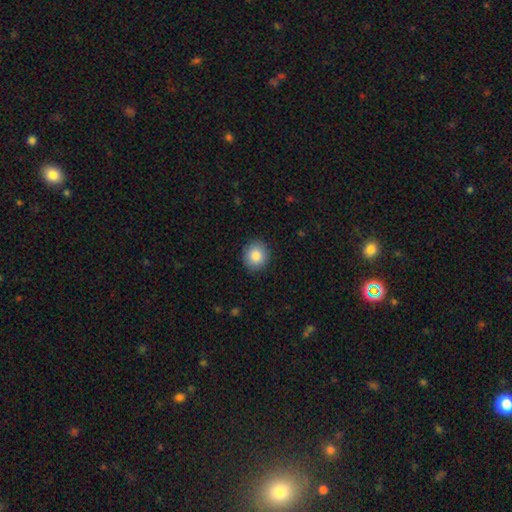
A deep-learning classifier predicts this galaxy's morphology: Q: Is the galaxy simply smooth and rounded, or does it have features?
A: smooth — 86%.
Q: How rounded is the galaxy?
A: round — 81%.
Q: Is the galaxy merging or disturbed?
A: none — 89%.